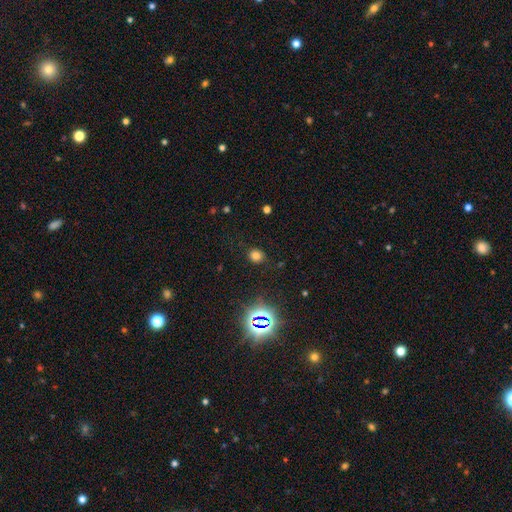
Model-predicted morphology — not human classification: Smooth or featured?
  - smooth: 71% *
  - star or artifact: 23%
  - featured or disk: 6%
How rounded?
  - round: 74% *
  - in between: 24%
  - cigar-shaped: 1%
Merging?
  - none: 83% *
  - minor disturbance: 11%
  - major disturbance: 4%
  - merger: 2%